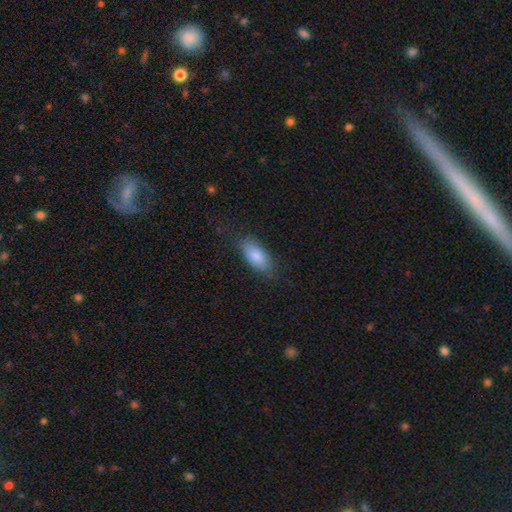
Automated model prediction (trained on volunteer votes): Smooth or featured: smooth — 83% (featured or disk — 11%)
How rounded: in between — 86% (cigar-shaped — 11%)
Merging: none — 78% (minor disturbance — 16%)